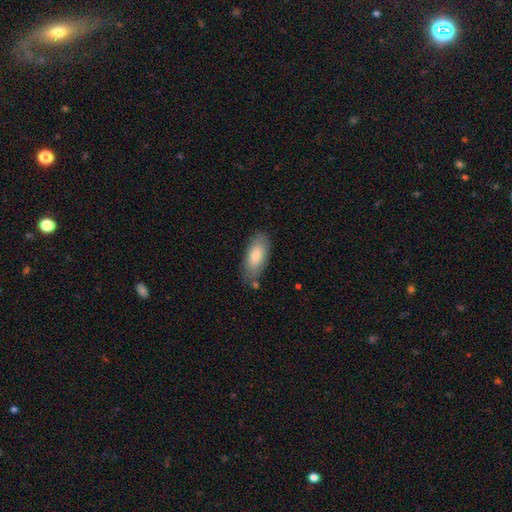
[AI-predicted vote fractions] This is clearly a smooth galaxy (80%). How rounded: clearly in between (87%). Merging: likely none (71%).